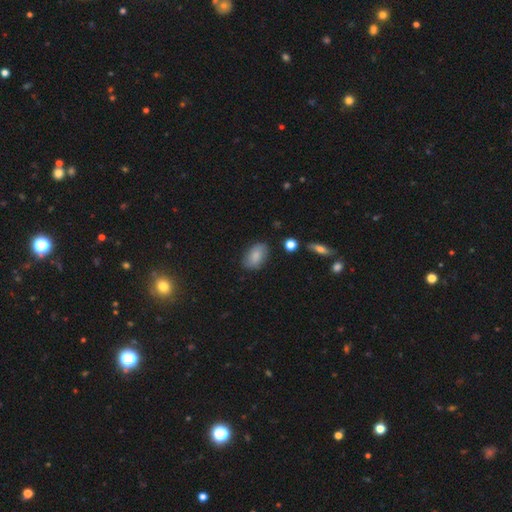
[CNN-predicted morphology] Overall: smooth (72%). How rounded: in between (89%). Merging: none (80%).